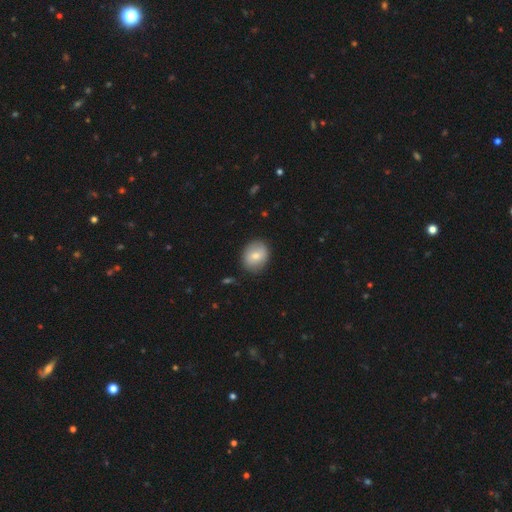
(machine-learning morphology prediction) This is likely a smooth galaxy (72%). How rounded: likely round (62%). Merging: clearly none (84%).